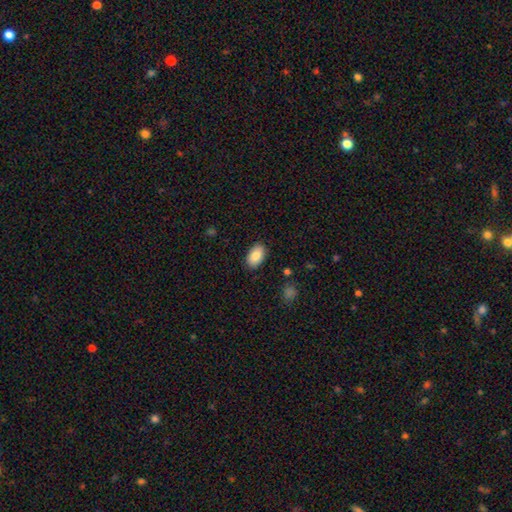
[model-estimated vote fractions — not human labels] smooth_or_featured: smooth (p=0.88) [alt: star or artifact p=0.07]
how_rounded: in between (p=0.92) [alt: round p=0.06]
merging: none (p=0.87) [alt: minor disturbance p=0.10]